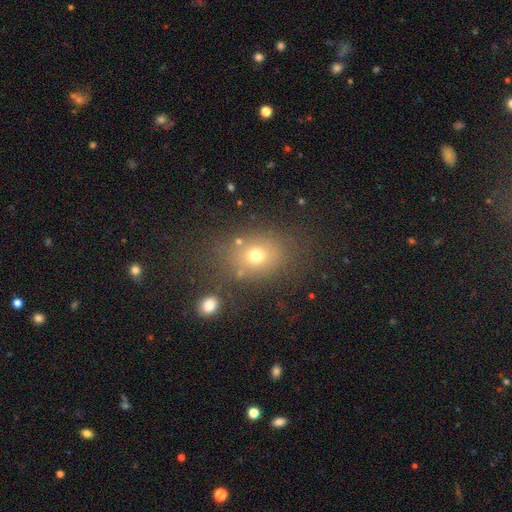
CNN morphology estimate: Smooth or featured?
  - smooth: 69% *
  - star or artifact: 18%
  - featured or disk: 13%
How rounded?
  - in between: 54% *
  - round: 45%
  - cigar-shaped: 1%
Merging?
  - none: 73% *
  - minor disturbance: 13%
  - major disturbance: 7%
  - merger: 6%